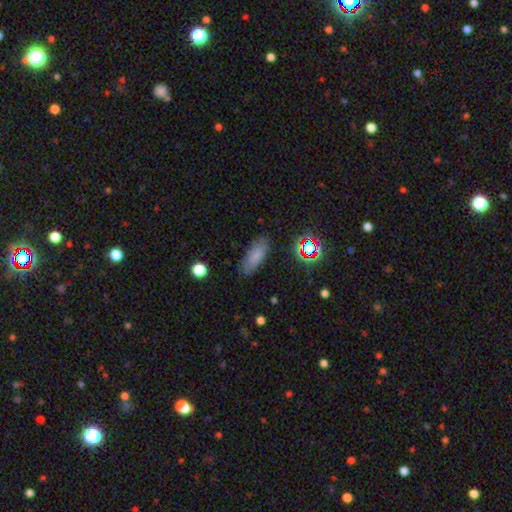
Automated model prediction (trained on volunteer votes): The model was most divided on "how rounded": in between: 72%, cigar-shaped: 25%, round: 3%. More confident: merging — none (82%); smooth or featured — smooth (77%).